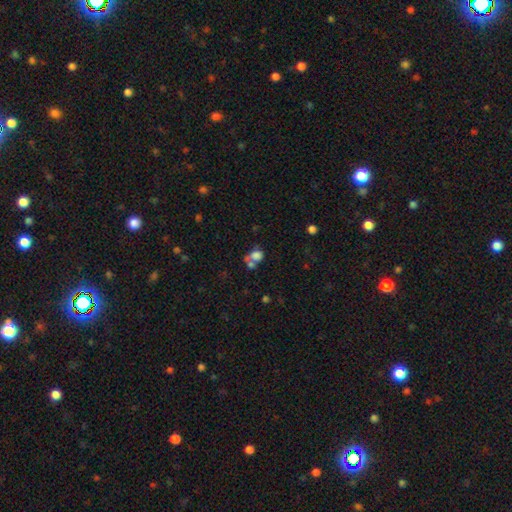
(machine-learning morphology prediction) The model was most divided on "how rounded": round: 51%, in between: 47%, cigar-shaped: 1%. More confident: smooth or featured — smooth (73%); merging — merger (51%).